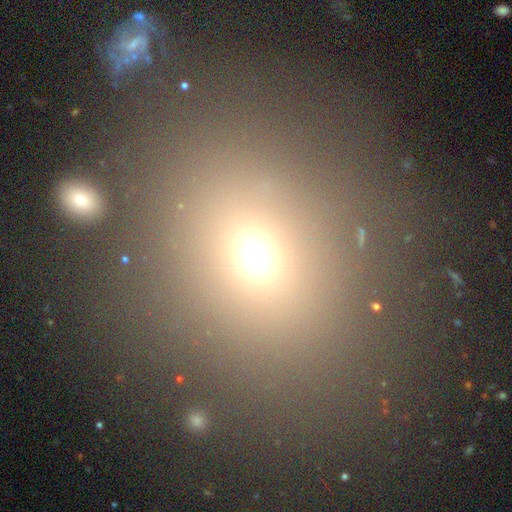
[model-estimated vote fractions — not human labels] smooth-or-featured: smooth: 67% | star or artifact: 23% | featured or disk: 10%
  how-rounded: round: 69% | in between: 30% | cigar-shaped: 1%
  merging: none: 78% | minor disturbance: 9% | major disturbance: 6% | merger: 6%